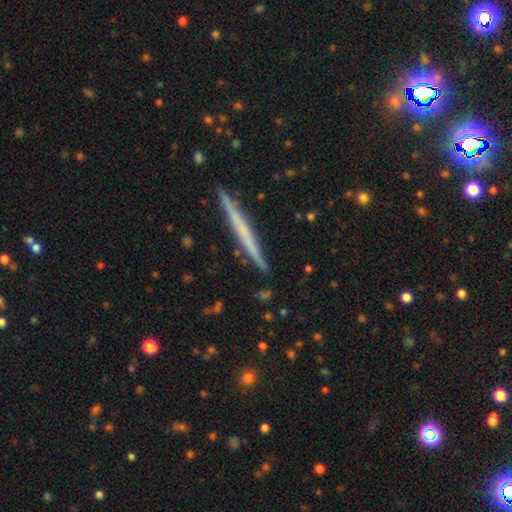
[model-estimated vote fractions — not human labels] smooth_or_featured: featured or disk (p=0.46) [tied with: smooth p=0.46]
merging: none (p=0.91) [alt: minor disturbance p=0.06]